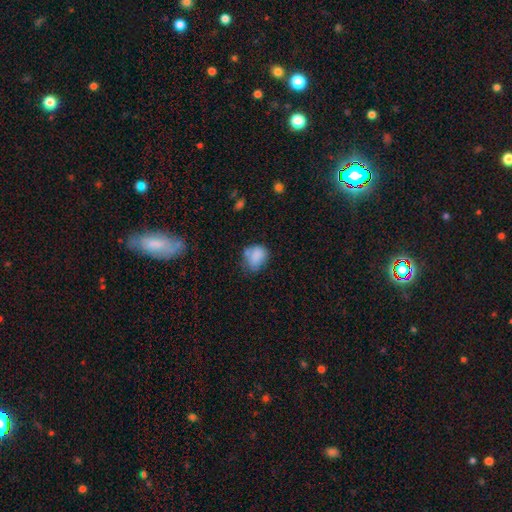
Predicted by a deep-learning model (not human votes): smooth-or-featured: smooth: 80% | featured or disk: 11% | star or artifact: 10%
  how-rounded: round: 50% | in between: 49% | cigar-shaped: 1%
  merging: none: 47% | minor disturbance: 32% | major disturbance: 12% | merger: 8%